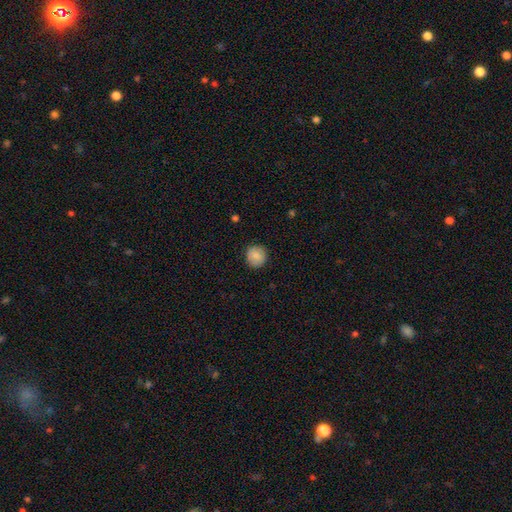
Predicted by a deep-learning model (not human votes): The model was most divided on "smooth or featured": smooth: 84%, featured or disk: 9%, star or artifact: 8%. More confident: how rounded — round (91%); merging — none (87%).